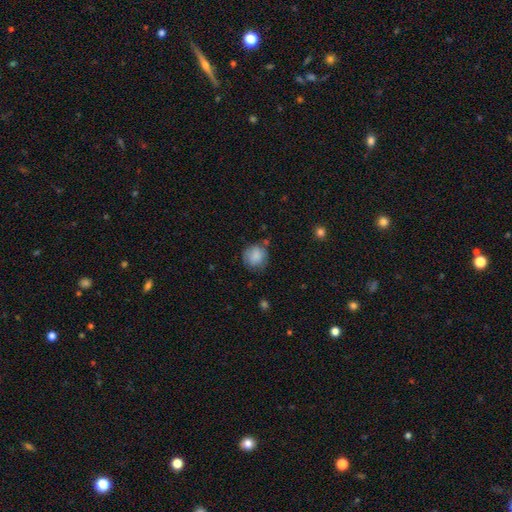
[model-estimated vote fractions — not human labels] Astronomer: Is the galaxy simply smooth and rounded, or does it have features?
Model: smooth — 82%.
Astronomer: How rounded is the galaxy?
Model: round — 86%.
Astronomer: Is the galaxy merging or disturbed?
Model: none — 69%.